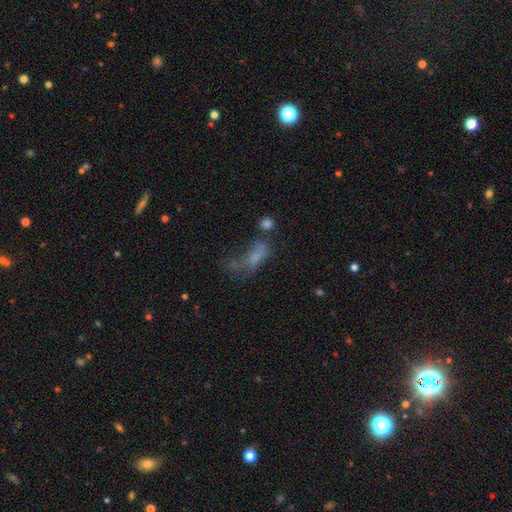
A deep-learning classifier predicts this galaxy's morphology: smooth-or-featured: smooth: 53% | featured or disk: 28% | star or artifact: 19%
  how-rounded: in between: 72% | cigar-shaped: 21% | round: 7%
  merging: major disturbance: 40% | none: 23% | merger: 19% | minor disturbance: 18%